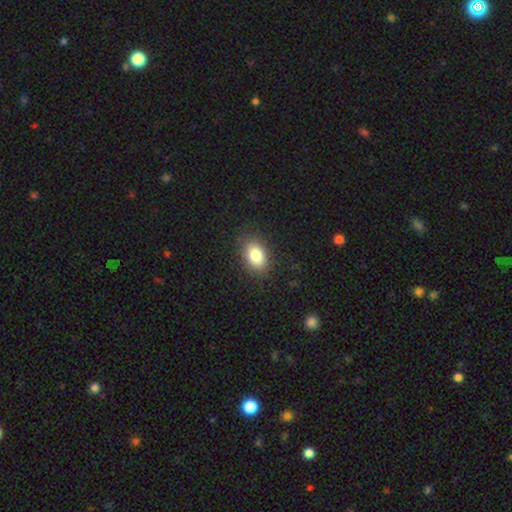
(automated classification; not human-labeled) smooth_or_featured: smooth (p=0.83) [alt: featured or disk p=0.09]
how_rounded: in between (p=0.84) [alt: round p=0.14]
merging: none (p=0.86) [alt: minor disturbance p=0.10]